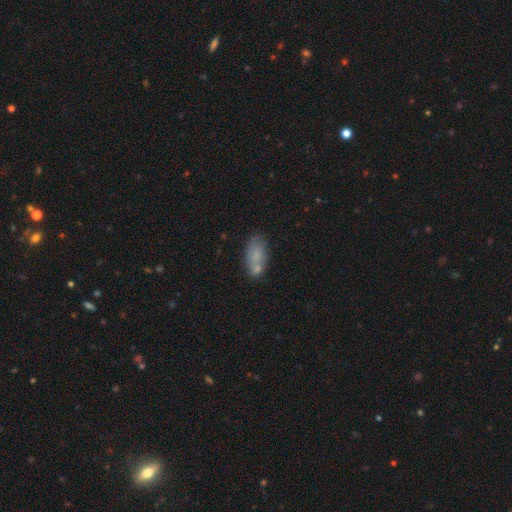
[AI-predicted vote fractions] A smooth galaxy with no disk features (69%) that is in between round and cigar-shaped (89%). Merging: none (52%).